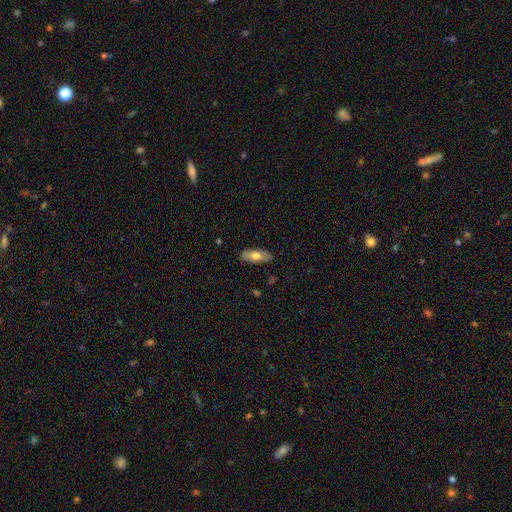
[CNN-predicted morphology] The model was most divided on "smooth or featured": smooth: 67%, featured or disk: 27%, star or artifact: 6%. More confident: merging — none (85%); how rounded — in between (82%).